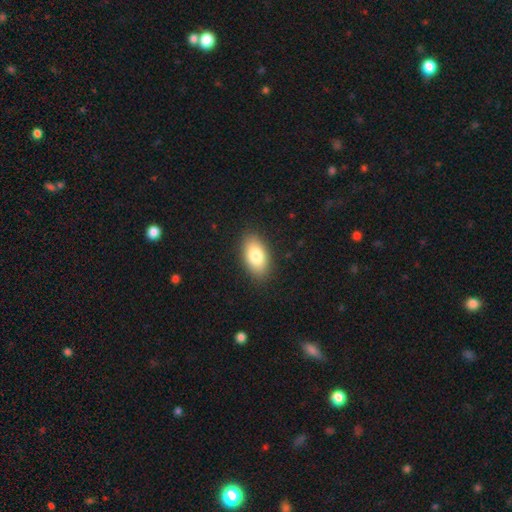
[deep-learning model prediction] This appears to be a smooth galaxy with no disk features (82%) that is in between round and cigar-shaped (93%). Merging: none (88%).